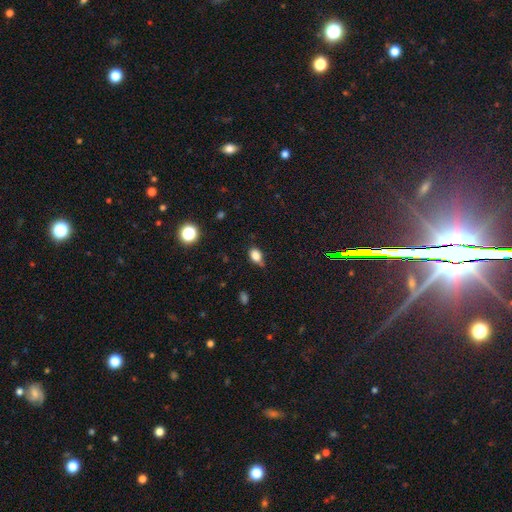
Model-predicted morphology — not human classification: smooth 82%, star or artifact 11%, featured or disk 7%. Down the decision tree: how rounded — in between (76%); merging — none (57%).